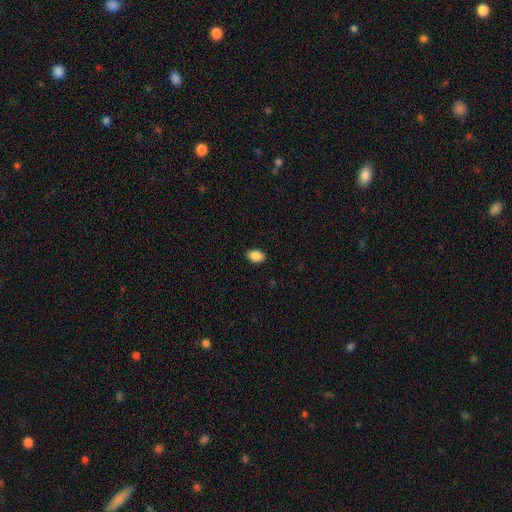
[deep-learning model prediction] smooth-or-featured: smooth: 88% | star or artifact: 8% | featured or disk: 4%
  how-rounded: in between: 87% | round: 12% | cigar-shaped: 1%
  merging: none: 89% | minor disturbance: 8% | major disturbance: 2% | merger: 1%